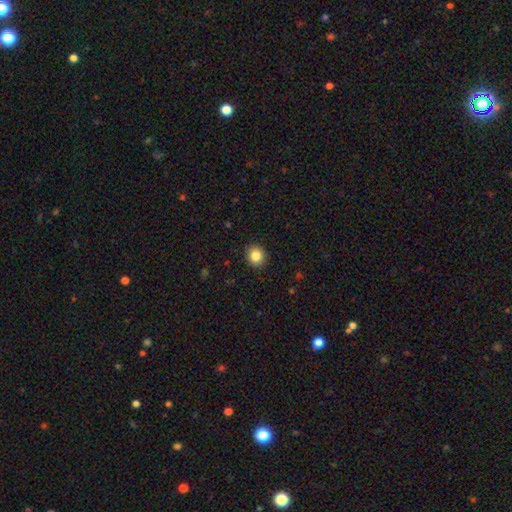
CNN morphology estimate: smooth_or_featured: smooth (p=0.85) [alt: star or artifact p=0.10]
how_rounded: round (p=0.82) [alt: in between p=0.17]
merging: none (p=0.91) [alt: minor disturbance p=0.06]